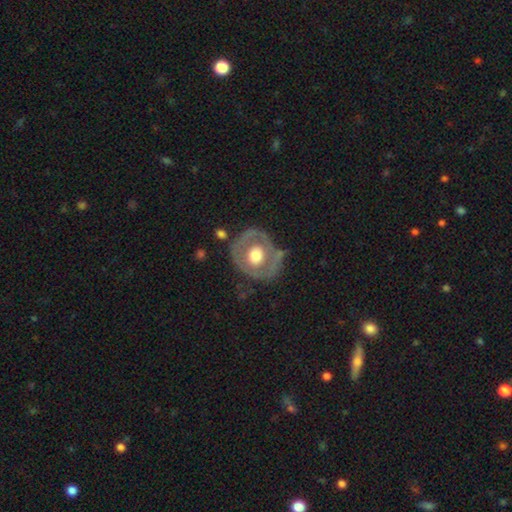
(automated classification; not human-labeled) This is possibly a featured or disk galaxy (57%). It is clearly not viewed edge-on (95%). Bar: clearly no (87%). Spiral arm pattern: clearly no (81%). Central bulge: possibly moderate (53%). Merging: likely none (66%).